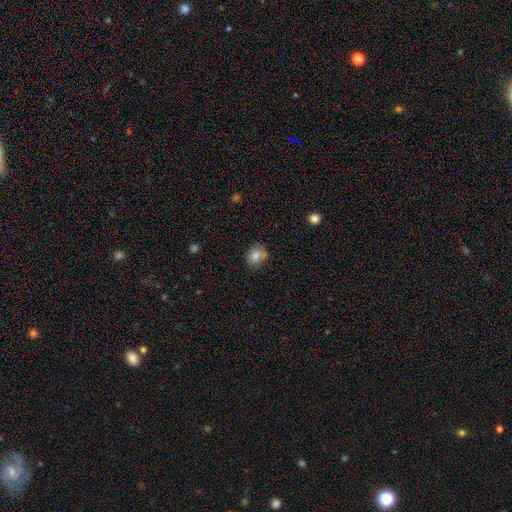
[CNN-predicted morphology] type=smooth (79%); roundness=round (59%); merging=none (68%).